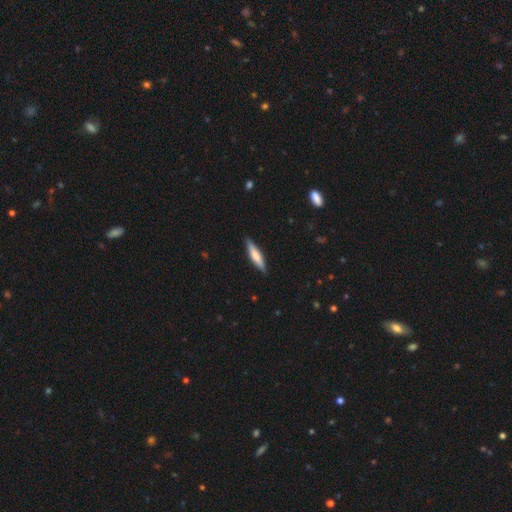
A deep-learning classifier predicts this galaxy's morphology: Smooth or featured?
  - smooth: 61% *
  - featured or disk: 33%
  - star or artifact: 5%
How rounded?
  - cigar-shaped: 83% *
  - in between: 15%
  - round: 1%
Merging?
  - none: 89% *
  - minor disturbance: 8%
  - major disturbance: 2%
  - merger: 1%